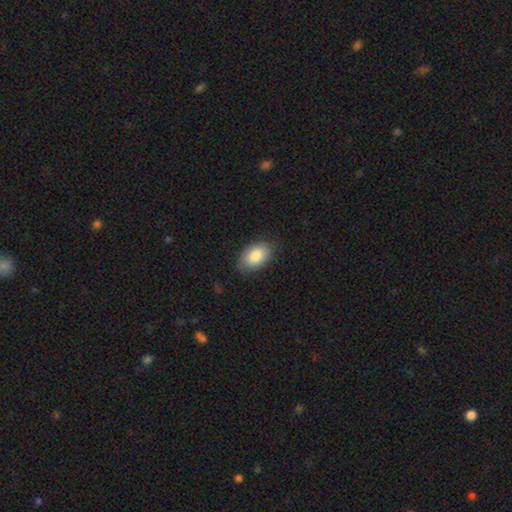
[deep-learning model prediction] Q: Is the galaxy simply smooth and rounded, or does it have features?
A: smooth — 86%.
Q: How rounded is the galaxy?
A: in between — 91%.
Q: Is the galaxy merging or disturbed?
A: none — 85%.